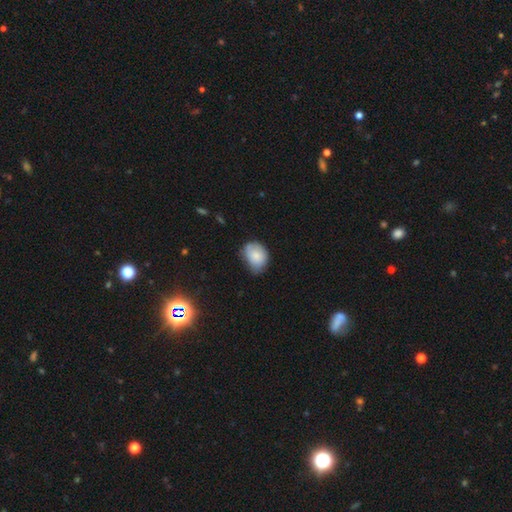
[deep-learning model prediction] A smooth galaxy with no disk features (80%) that is in between round and cigar-shaped (61%). Merging: none (49%).